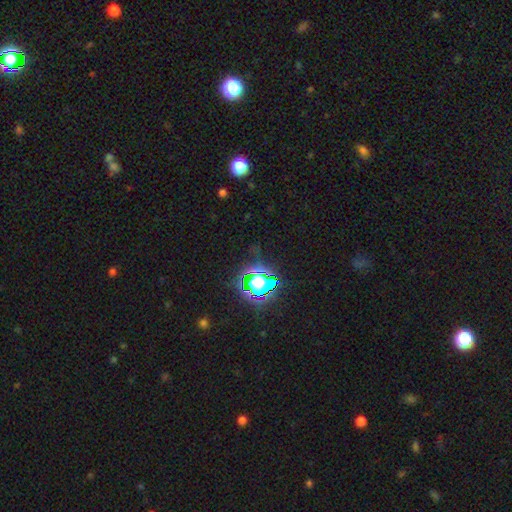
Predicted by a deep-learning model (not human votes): smooth-or-featured: star or artifact: 74% | smooth: 18% | featured or disk: 8%